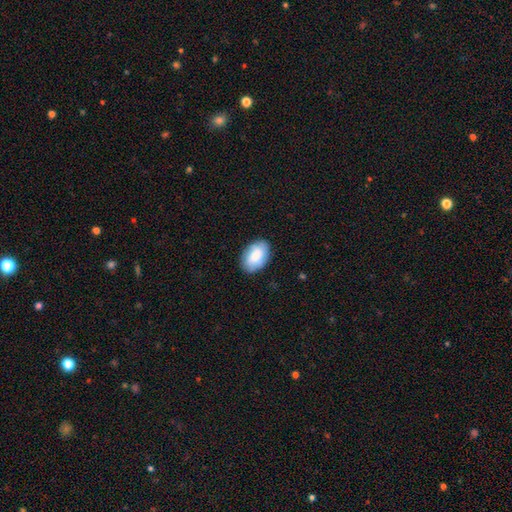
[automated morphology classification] Overall: smooth (82%). How rounded: in between (91%). Merging: none (83%).